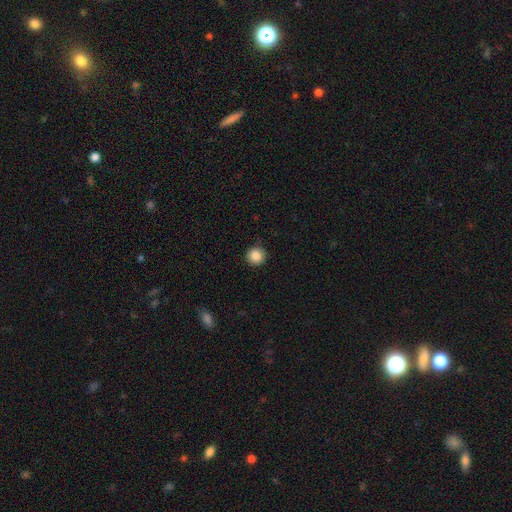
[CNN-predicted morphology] A smooth galaxy with no disk features (86%) that is round (94%). Merging: none (88%).